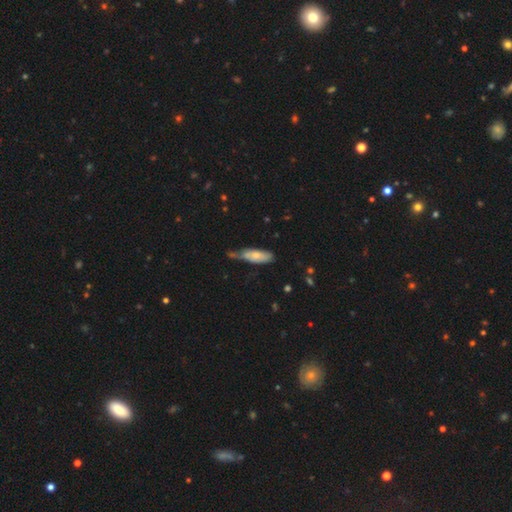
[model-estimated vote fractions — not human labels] smooth 64%, featured or disk 29%, star or artifact 6%. Down the decision tree: how rounded — in between (62%); merging — minor disturbance (42%).